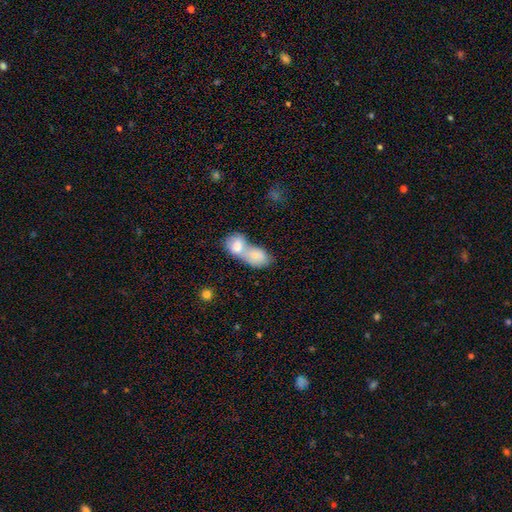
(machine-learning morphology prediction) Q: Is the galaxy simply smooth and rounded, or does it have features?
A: smooth — 76%.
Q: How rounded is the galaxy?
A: in between — 77%.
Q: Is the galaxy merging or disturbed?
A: merger — 80%.